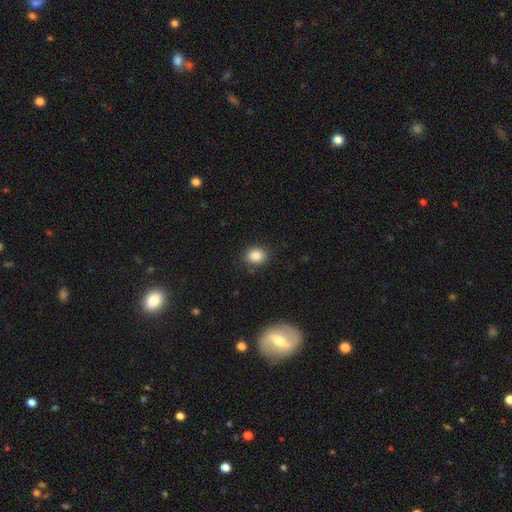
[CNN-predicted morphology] smooth_or_featured: smooth (p=0.84) [alt: star or artifact p=0.10]
how_rounded: round (p=0.55) [alt: in between p=0.44]
merging: none (p=0.86) [alt: minor disturbance p=0.10]